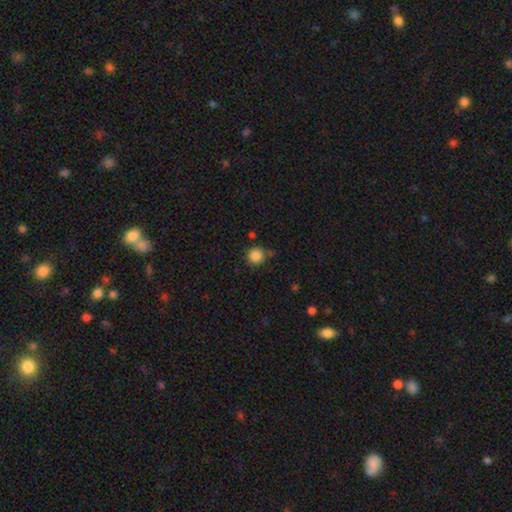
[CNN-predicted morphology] The model was most divided on "merging": none: 72%, minor disturbance: 18%, merger: 6%, major disturbance: 4%. More confident: how rounded — round (92%); smooth or featured — smooth (85%).